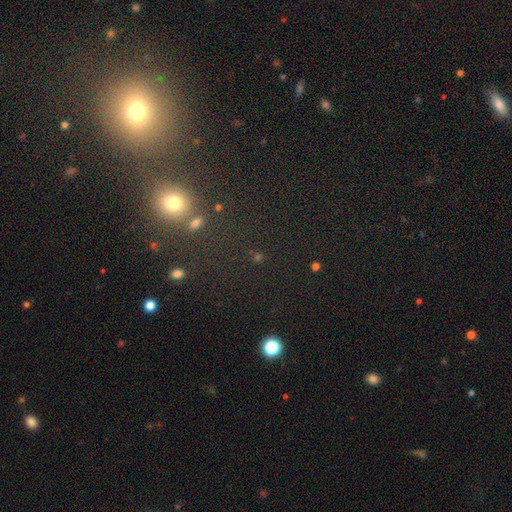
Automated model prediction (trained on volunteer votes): Morphology: type=star or artifact (51%).